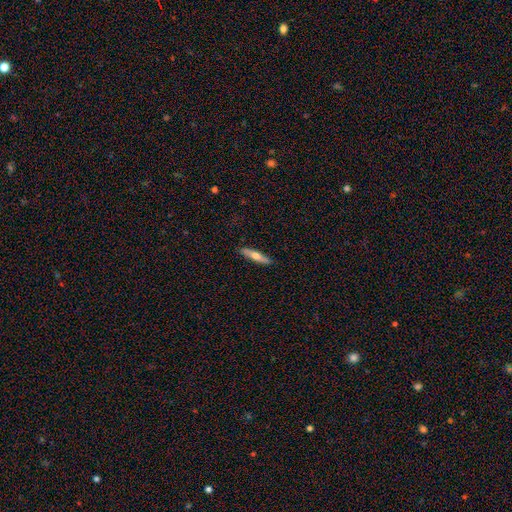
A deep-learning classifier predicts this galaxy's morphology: A smooth galaxy with no disk features (54%) that is cigar-shaped (84%).

Vote fractions:
- Smooth or featured? smooth: 54% / featured or disk: 40% / star or artifact: 6%
- How rounded? cigar-shaped: 84% / in between: 14% / round: 2%
- Merging? none: 89% / minor disturbance: 9% / major disturbance: 2% / merger: 1%